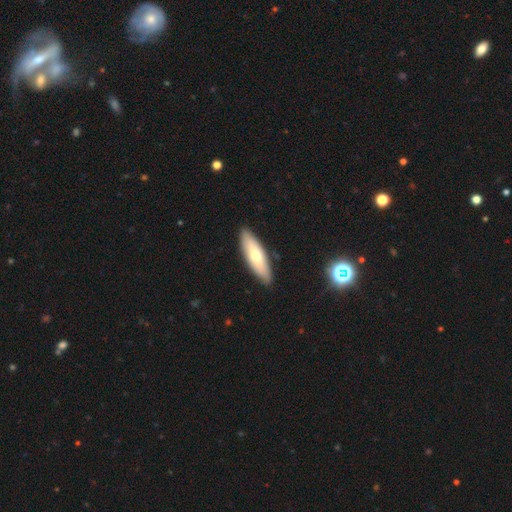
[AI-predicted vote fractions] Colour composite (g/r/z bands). It shows a smooth galaxy with no disk features (61%) that is cigar-shaped (49%, tied with in between). Merging: none (88%).